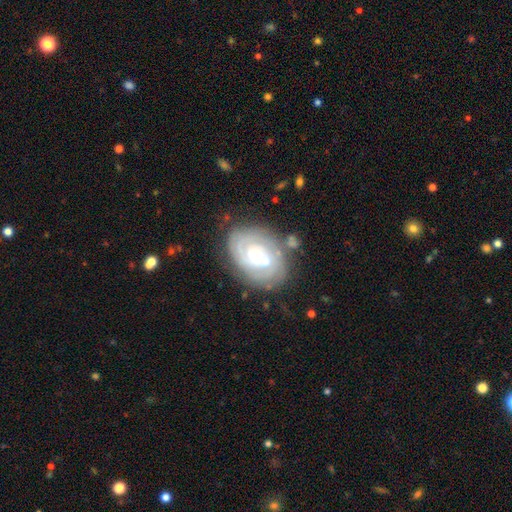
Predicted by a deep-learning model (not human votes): featured or disk 81%, smooth 13%, star or artifact 6%. Down the decision tree: edge-on disk — no (97%); bar — no (66%); spiral arms — yes (92%); spiral arm count — 2 (33%, tied with can't tell); spiral winding — tight (73%); bulge size — moderate (57%); merging — none (63%).